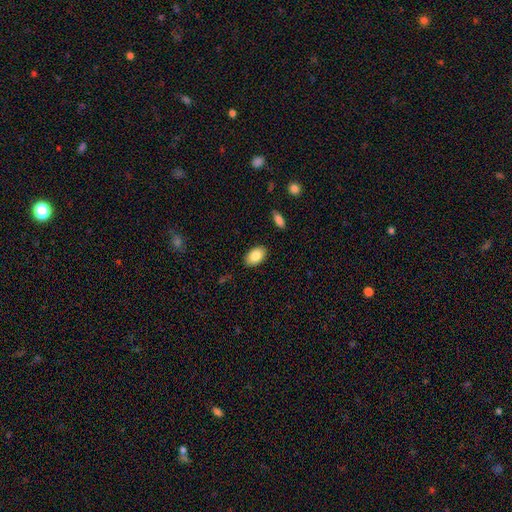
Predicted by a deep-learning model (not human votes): smooth-or-featured: smooth: 85% | featured or disk: 8% | star or artifact: 7%
  how-rounded: in between: 91% | round: 7% | cigar-shaped: 1%
  merging: none: 87% | minor disturbance: 10% | major disturbance: 2% | merger: 1%